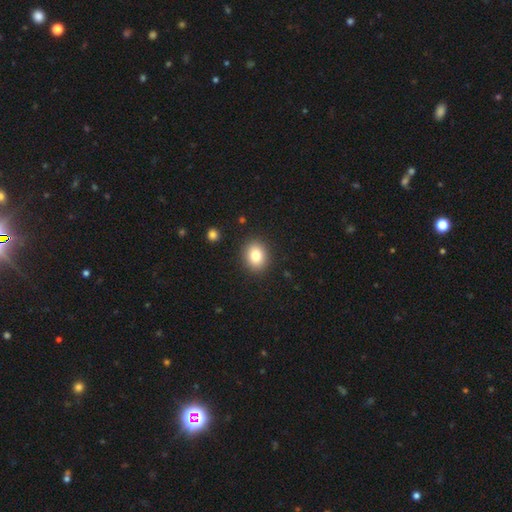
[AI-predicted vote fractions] Smooth or featured?
  - smooth: 82% *
  - star or artifact: 10%
  - featured or disk: 8%
How rounded?
  - round: 58% *
  - in between: 41%
  - cigar-shaped: 1%
Merging?
  - none: 89% *
  - minor disturbance: 7%
  - major disturbance: 2%
  - merger: 1%